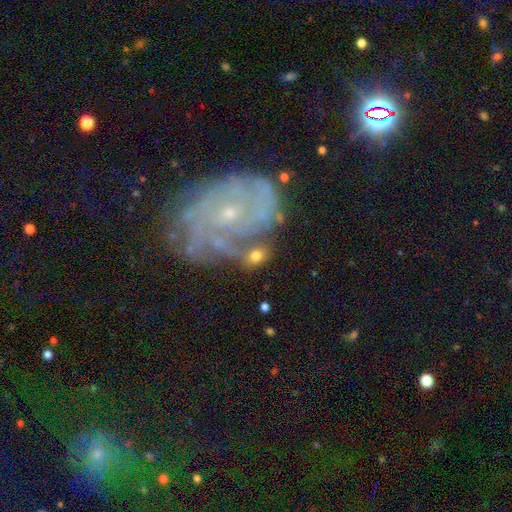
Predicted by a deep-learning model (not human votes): A smooth galaxy with no disk features (57%) that is in between round and cigar-shaped (59%).

Vote fractions:
- Smooth or featured? smooth: 57% / featured or disk: 33% / star or artifact: 10%
- How rounded? in between: 59% / round: 39% / cigar-shaped: 3%
- Merging? none: 57% / merger: 18% / minor disturbance: 16% / major disturbance: 9%